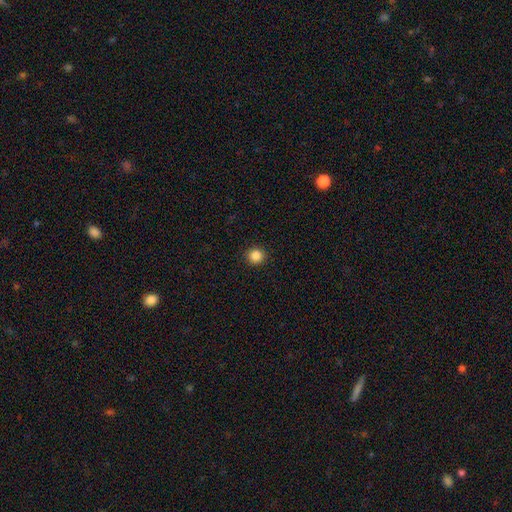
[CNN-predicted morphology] smooth-or-featured: smooth: 86% | star or artifact: 11% | featured or disk: 3%
  how-rounded: round: 93% | in between: 6% | cigar-shaped: 1%
  merging: none: 93% | minor disturbance: 5% | major disturbance: 2% | merger: 1%